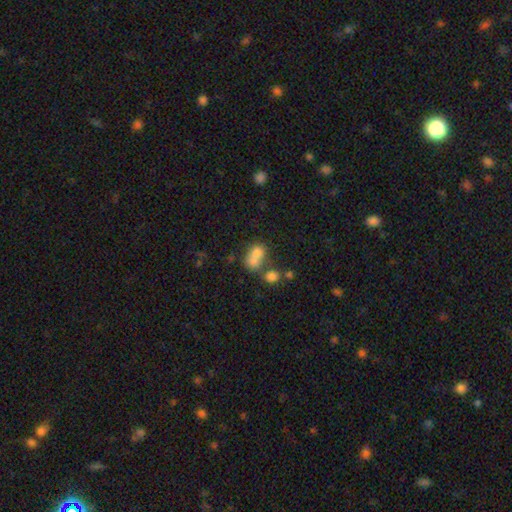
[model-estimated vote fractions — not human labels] A smooth galaxy with no disk features (73%) that is in between round and cigar-shaped (74%).

Vote fractions:
- Smooth or featured? smooth: 73% / featured or disk: 15% / star or artifact: 12%
- How rounded? in between: 74% / round: 24% / cigar-shaped: 2%
- Merging? merger: 57% / none: 24% / minor disturbance: 11% / major disturbance: 8%